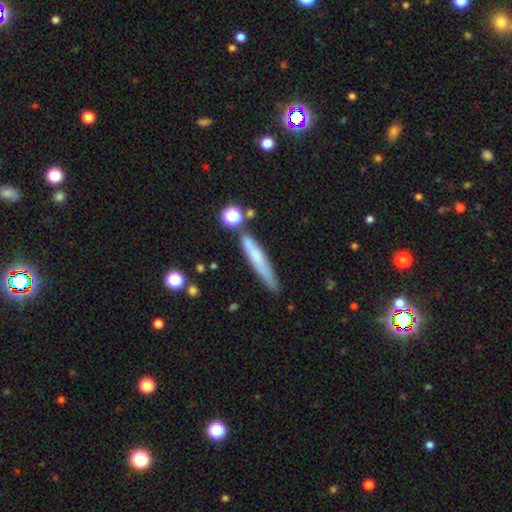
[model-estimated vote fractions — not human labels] The model was most divided on "smooth or featured": smooth: 64%, featured or disk: 28%, star or artifact: 8%. More confident: how rounded — cigar-shaped (91%); merging — none (69%).